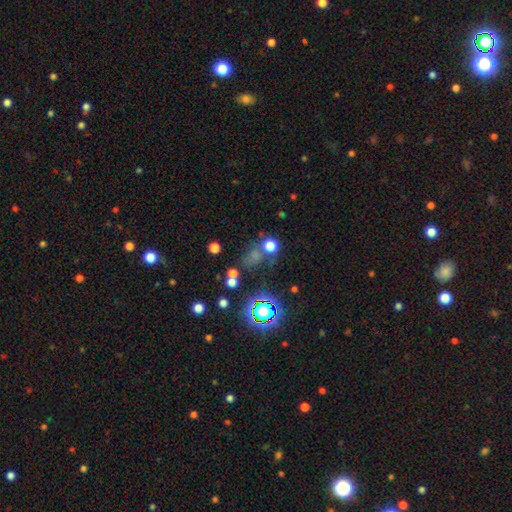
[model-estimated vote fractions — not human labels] The model was most divided on "smooth or featured": smooth: 49%, star or artifact: 40%, featured or disk: 11%. More confident: merging — none (64%).